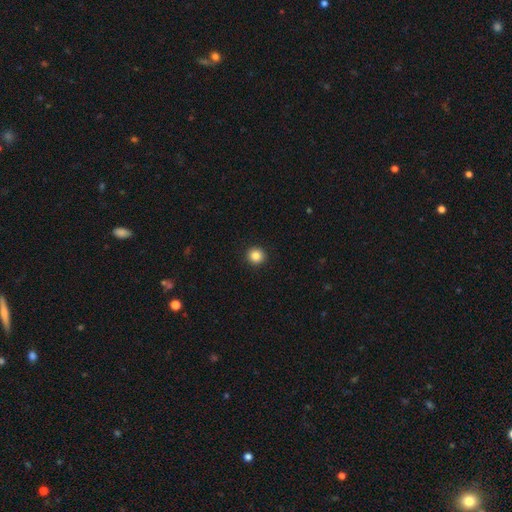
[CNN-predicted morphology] Overall: smooth (86%). How rounded: round (93%). Merging: none (93%).